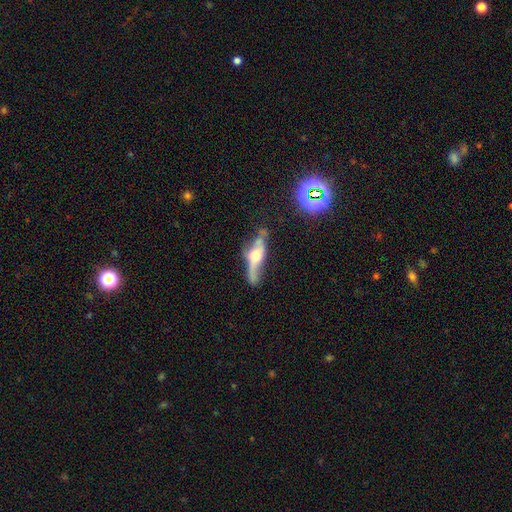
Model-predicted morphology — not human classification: Smooth or featured? featured or disk (63%)
Edge-on disk? yes (68%)
Merging? none (48%)